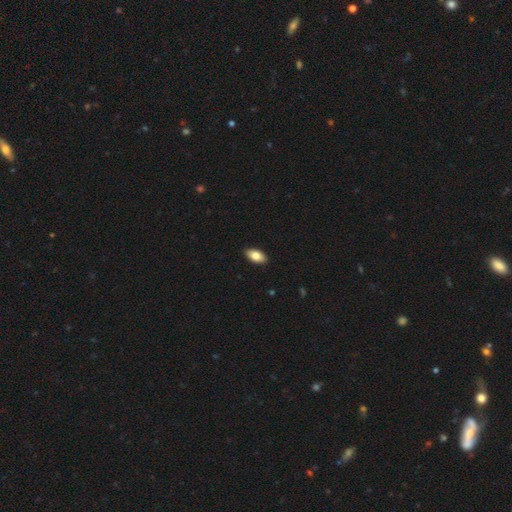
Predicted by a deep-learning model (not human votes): Smooth or featured? Predicted: smooth (p=0.80). How rounded? Predicted: in between (p=0.93). Merging? Predicted: none (p=0.90).